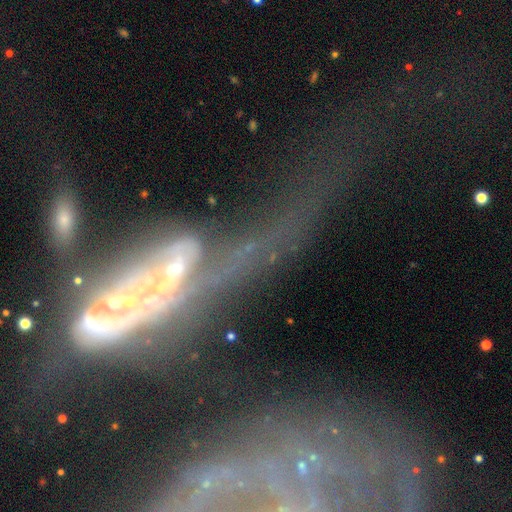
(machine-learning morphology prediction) A featured or disk galaxy (62%). Merging: major disturbance (37%).